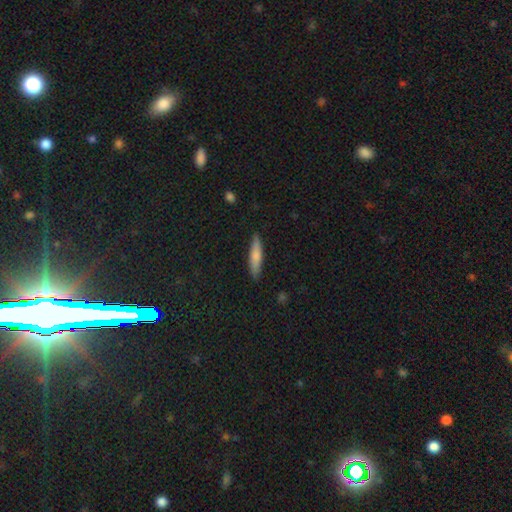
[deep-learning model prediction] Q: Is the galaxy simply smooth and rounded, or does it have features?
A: smooth — 76%.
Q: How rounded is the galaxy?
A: cigar-shaped — 83%.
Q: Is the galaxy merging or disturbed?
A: none — 89%.